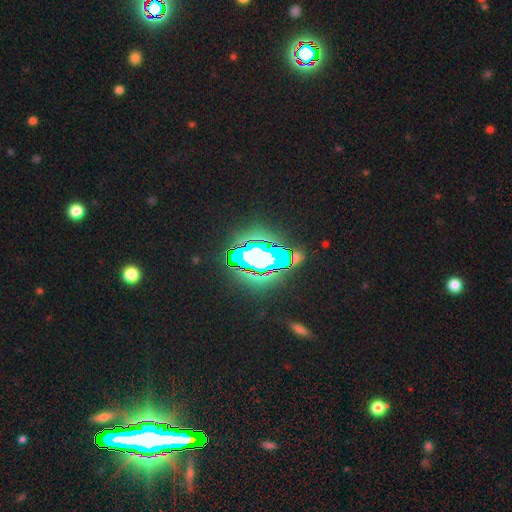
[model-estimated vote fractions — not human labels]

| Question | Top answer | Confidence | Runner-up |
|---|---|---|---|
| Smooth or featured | star or artifact | 69% | featured or disk (17%) |